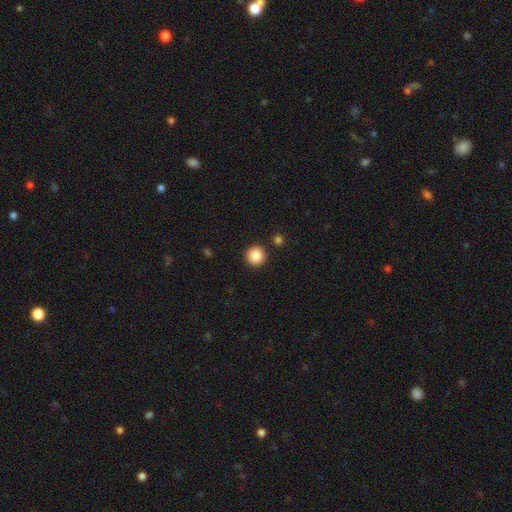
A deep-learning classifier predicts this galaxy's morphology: This is clearly a smooth galaxy (87%). How rounded: clearly round (95%). Merging: clearly none (91%).